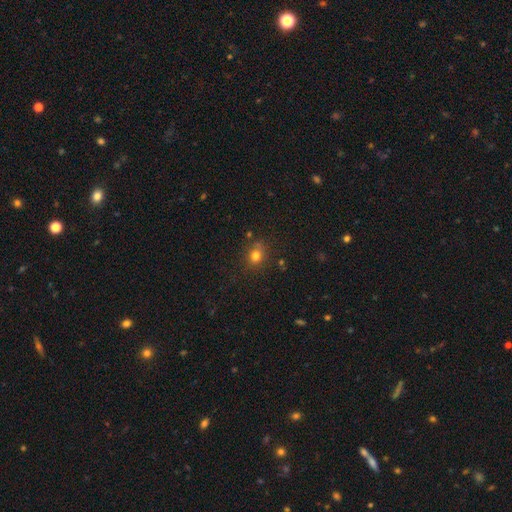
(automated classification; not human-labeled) A smooth galaxy with no disk features (77%) that is round (66%). Merging: none (79%).